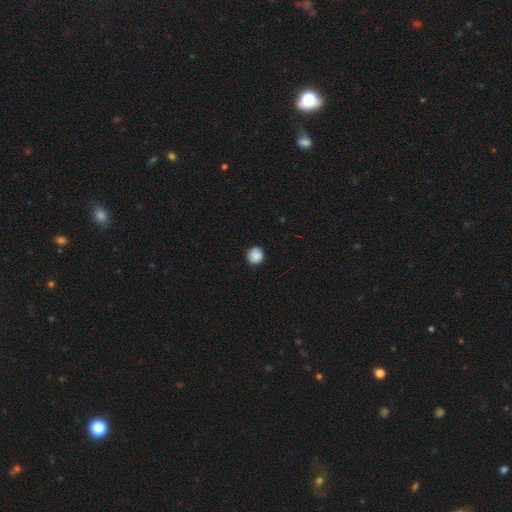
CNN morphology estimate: smooth 85%, star or artifact 8%, featured or disk 6%. Down the decision tree: how rounded — round (87%); merging — none (83%).